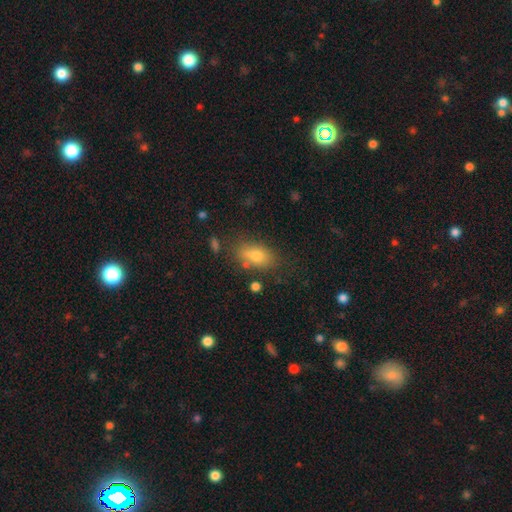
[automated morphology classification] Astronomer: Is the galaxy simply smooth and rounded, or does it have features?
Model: smooth — 75%.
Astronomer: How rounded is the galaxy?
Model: in between — 83%.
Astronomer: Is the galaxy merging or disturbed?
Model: none — 70%.